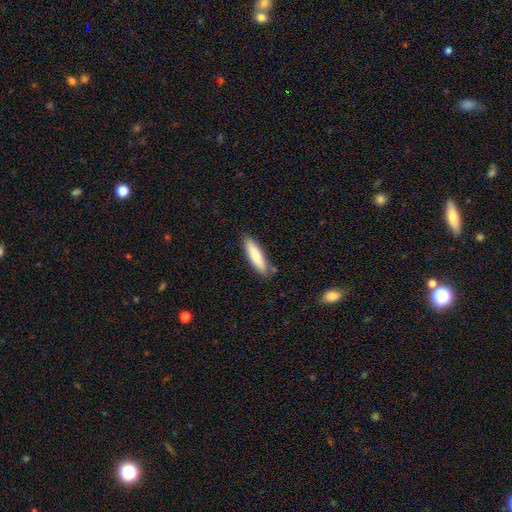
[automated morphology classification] A smooth galaxy with no disk features (81%) that is cigar-shaped (72%).

Vote fractions:
- Smooth or featured? smooth: 81% / featured or disk: 14% / star or artifact: 5%
- How rounded? cigar-shaped: 72% / in between: 27% / round: 1%
- Merging? none: 83% / minor disturbance: 12% / merger: 3% / major disturbance: 2%